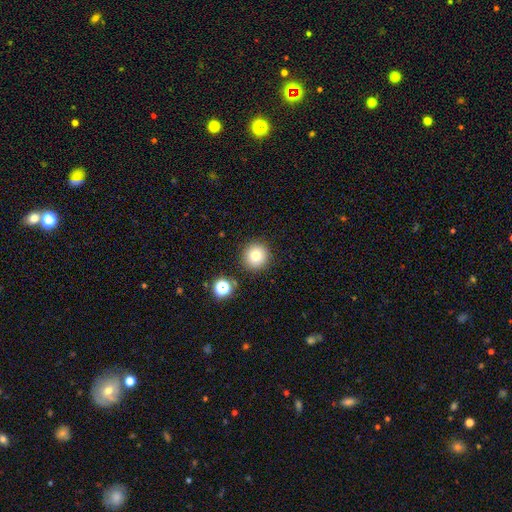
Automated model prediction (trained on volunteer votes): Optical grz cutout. It shows a smooth galaxy with no disk features (78%) that is round (95%). Merging: none (89%).